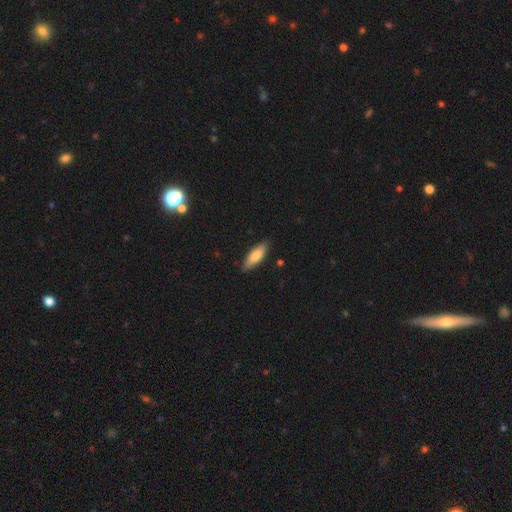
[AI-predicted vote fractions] Smooth or featured? Predicted: smooth (p=0.79). How rounded? Predicted: in between (p=0.60). Merging? Predicted: none (p=0.85).